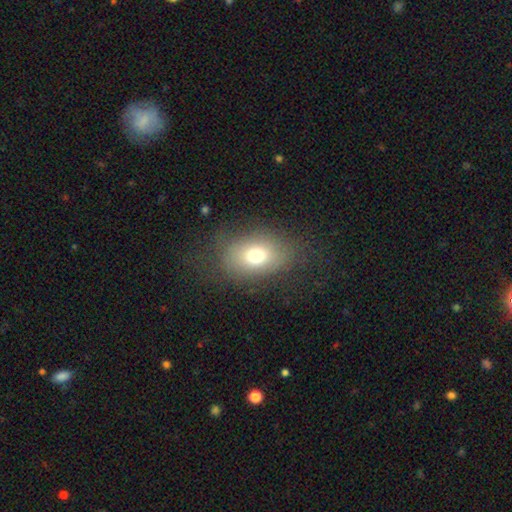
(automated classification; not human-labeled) smooth_or_featured: smooth (p=0.71) [alt: featured or disk p=0.15]
how_rounded: in between (p=0.70) [alt: round p=0.29]
merging: none (p=0.71) [alt: minor disturbance p=0.16]